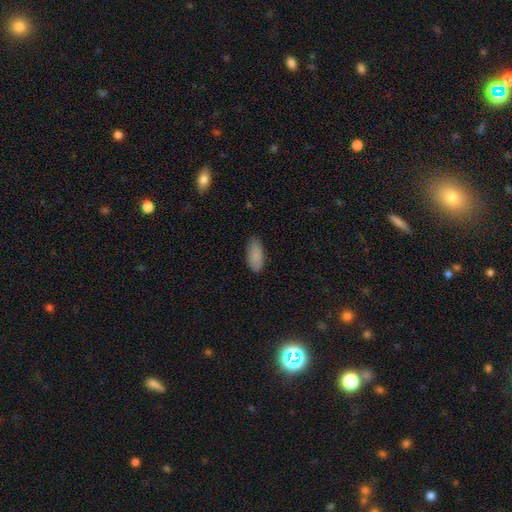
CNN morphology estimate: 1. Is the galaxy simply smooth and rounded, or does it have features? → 86% smooth, 7% featured or disk, 6% star or artifact.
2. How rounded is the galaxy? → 89% in between, 9% cigar-shaped, 2% round.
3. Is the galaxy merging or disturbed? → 81% none, 16% minor disturbance, 3% major disturbance, 1% merger.